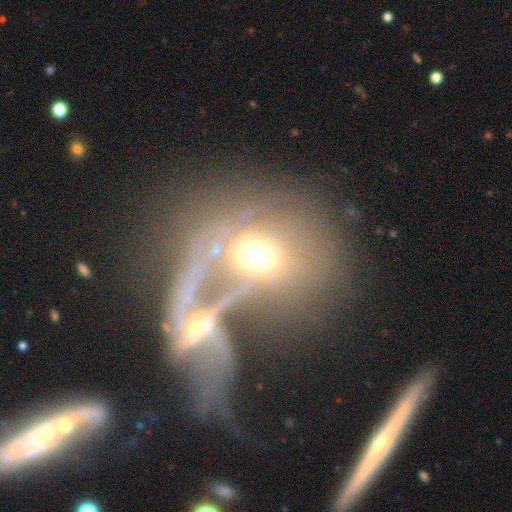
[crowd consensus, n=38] Smooth or featured: smooth — 58% (featured or disk — 32%)
How rounded: in between — 50% (round — 45%)
Merging: merger — 44% (none — 26%)